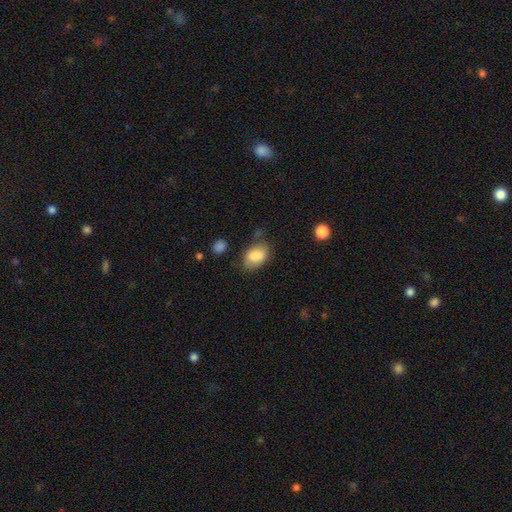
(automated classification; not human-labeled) Smooth or featured?
  - smooth: 84% *
  - featured or disk: 8%
  - star or artifact: 7%
How rounded?
  - in between: 87% *
  - round: 11%
  - cigar-shaped: 1%
Merging?
  - none: 66% *
  - minor disturbance: 23%
  - major disturbance: 8%
  - merger: 4%